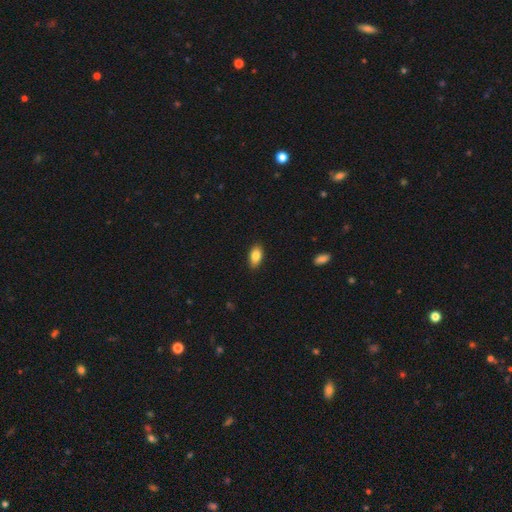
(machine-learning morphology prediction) A smooth galaxy with no disk features (84%) that is in between round and cigar-shaped (91%). Merging: none (88%).